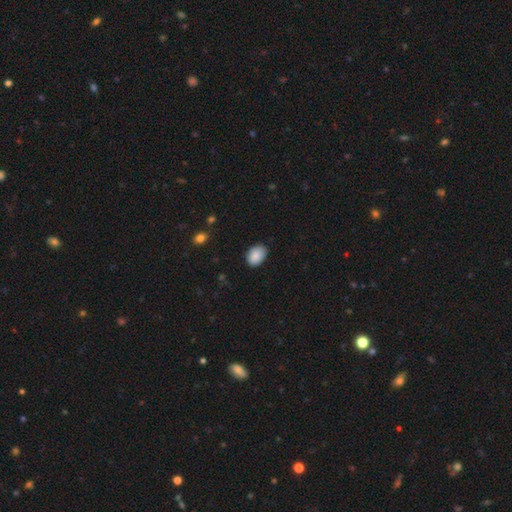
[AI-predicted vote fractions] A smooth galaxy with no disk features (89%) that is in between round and cigar-shaped (81%).

Vote fractions:
- Smooth or featured? smooth: 89% / star or artifact: 7% / featured or disk: 4%
- How rounded? in between: 81% / round: 18% / cigar-shaped: 1%
- Merging? none: 82% / minor disturbance: 14% / major disturbance: 3% / merger: 1%